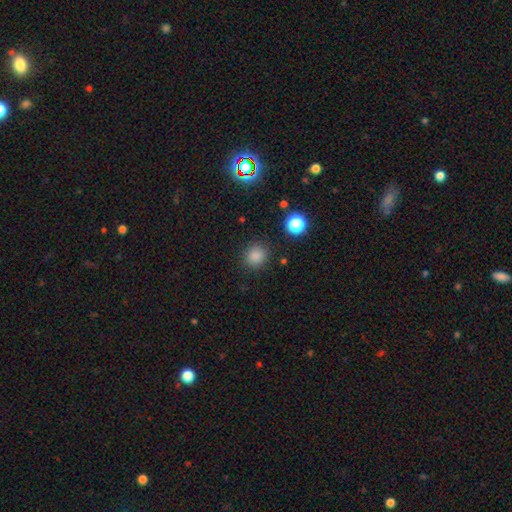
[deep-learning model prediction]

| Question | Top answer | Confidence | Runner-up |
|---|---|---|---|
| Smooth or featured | smooth | 83% | star or artifact (13%) |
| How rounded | round | 88% | in between (11%) |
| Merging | none | 87% | minor disturbance (8%) |